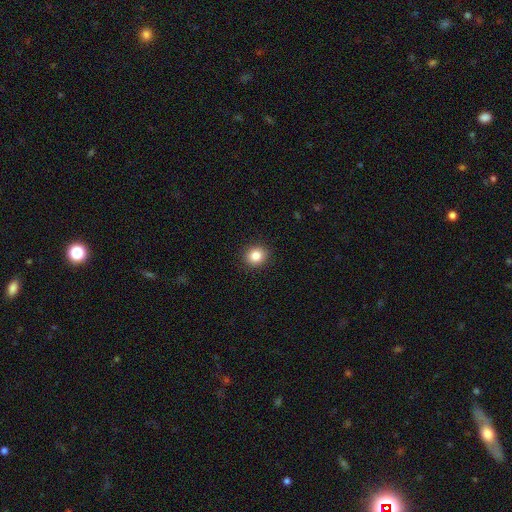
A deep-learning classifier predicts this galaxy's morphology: Overall: smooth (85%). How rounded: round (83%). Merging: none (91%).